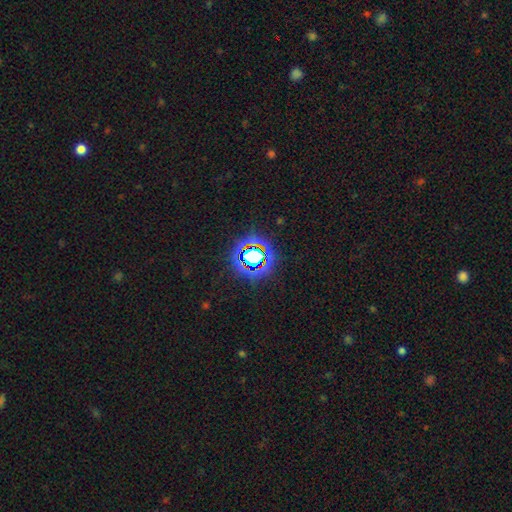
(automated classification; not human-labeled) Overall: star or artifact (69%).